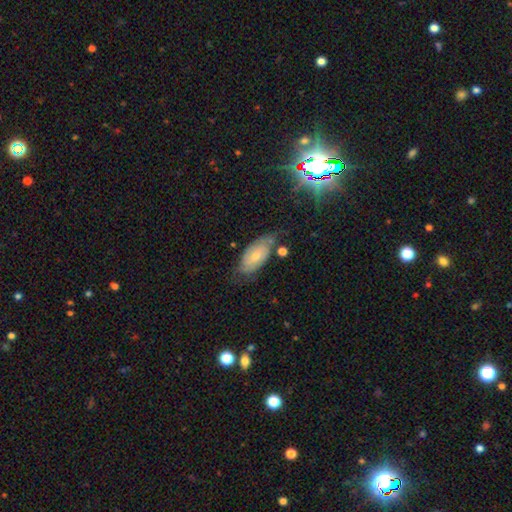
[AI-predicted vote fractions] smooth_or_featured: featured or disk (p=0.48) [alt: smooth p=0.44]
merging: none (p=0.52) [alt: minor disturbance p=0.29]